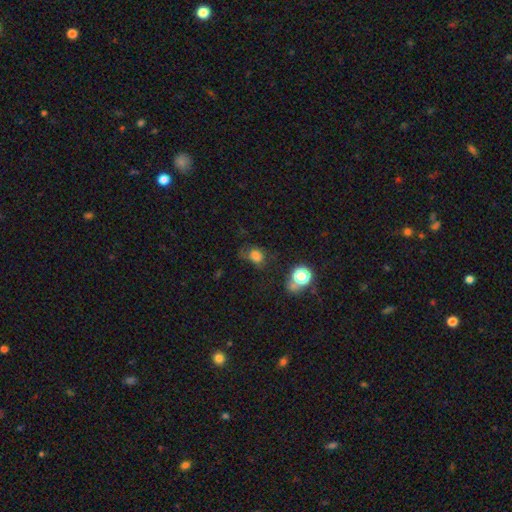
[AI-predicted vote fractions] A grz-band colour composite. It shows a smooth galaxy with no disk features (73%) that is round (62%). Merging: none (49%).